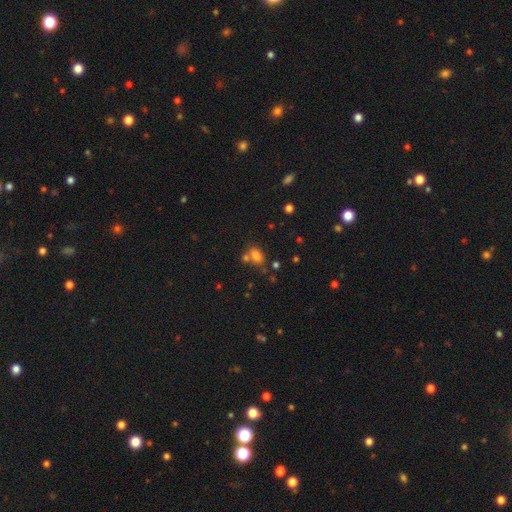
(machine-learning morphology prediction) Overall: smooth (77%). How rounded: in between (79%). Merging: none (53%; merger 28%).